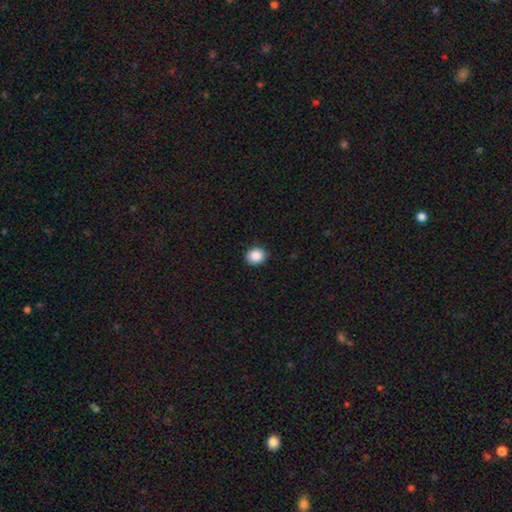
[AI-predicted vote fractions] smooth_or_featured: smooth (p=0.87) [alt: star or artifact p=0.09]
how_rounded: round (p=0.72) [alt: in between p=0.27]
merging: none (p=0.90) [alt: minor disturbance p=0.07]